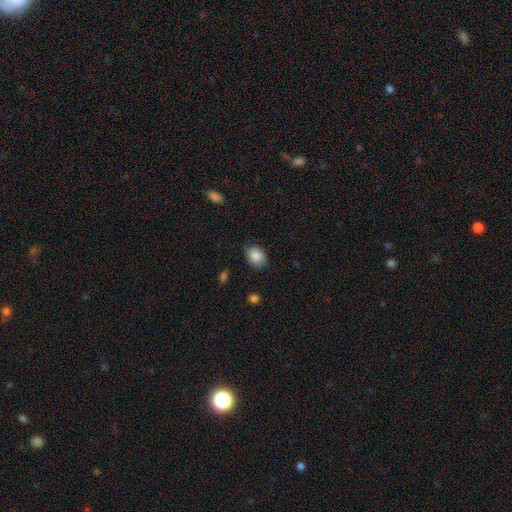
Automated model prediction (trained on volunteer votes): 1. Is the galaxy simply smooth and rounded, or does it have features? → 86% smooth, 8% star or artifact, 7% featured or disk.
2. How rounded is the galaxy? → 64% in between, 35% round, 1% cigar-shaped.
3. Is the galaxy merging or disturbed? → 76% none, 19% minor disturbance, 3% major disturbance, 1% merger.